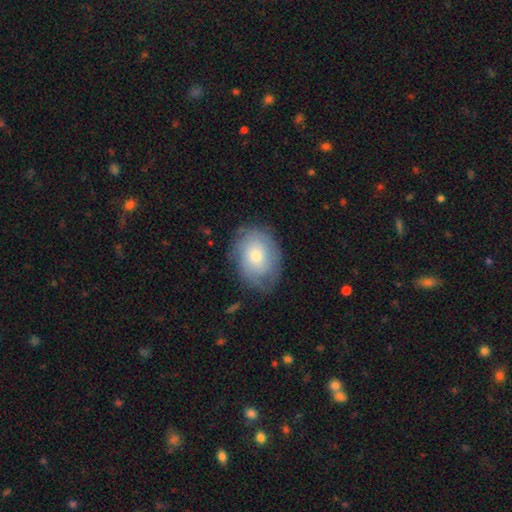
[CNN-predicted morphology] A smooth galaxy with no disk features (57%) that is in between round and cigar-shaped (65%).

Vote fractions:
- Smooth or featured? smooth: 57% / featured or disk: 36% / star or artifact: 8%
- How rounded? in between: 65% / round: 34% / cigar-shaped: 1%
- Merging? none: 70% / minor disturbance: 22% / major disturbance: 7% / merger: 1%